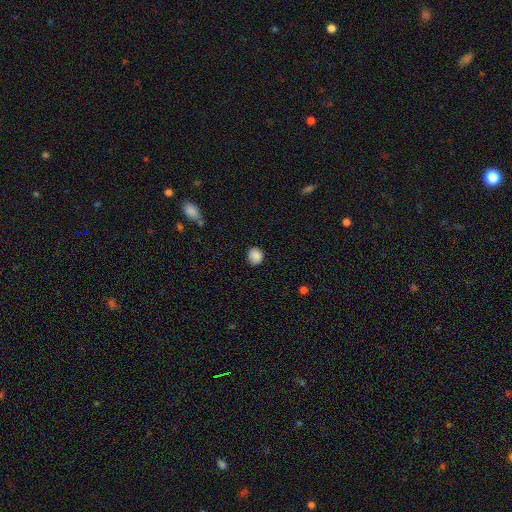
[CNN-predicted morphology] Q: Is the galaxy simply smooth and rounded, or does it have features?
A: smooth — 88%.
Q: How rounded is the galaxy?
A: round — 87%.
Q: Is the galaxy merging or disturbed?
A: none — 87%.